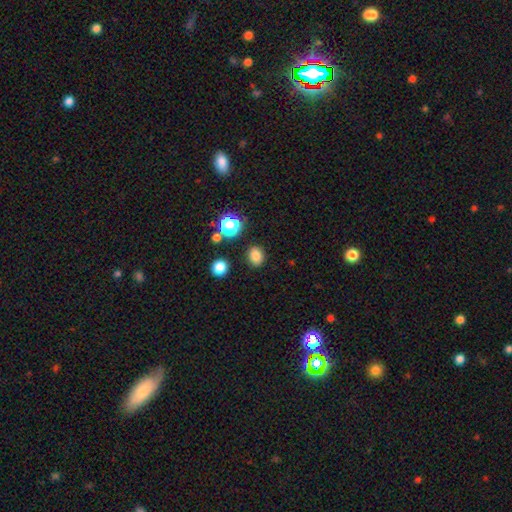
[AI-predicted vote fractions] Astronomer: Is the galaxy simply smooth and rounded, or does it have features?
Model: smooth — 78%.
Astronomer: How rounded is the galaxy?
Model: round — 54% (runner-up: in between, 45%).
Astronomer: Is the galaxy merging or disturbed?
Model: none — 85%.